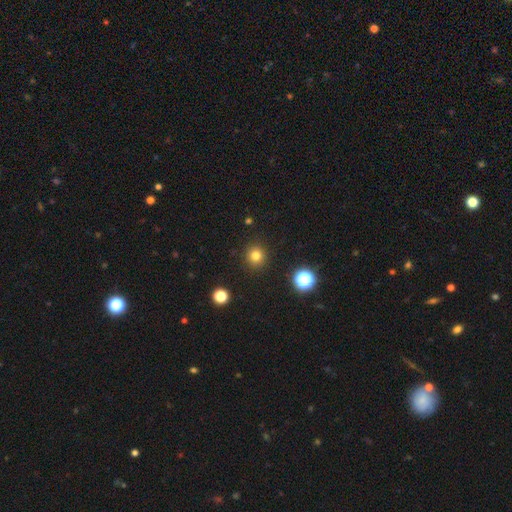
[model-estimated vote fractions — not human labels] smooth_or_featured: smooth (p=0.80) [alt: star or artifact p=0.15]
how_rounded: round (p=0.94) [alt: in between p=0.05]
merging: none (p=0.91) [alt: minor disturbance p=0.05]